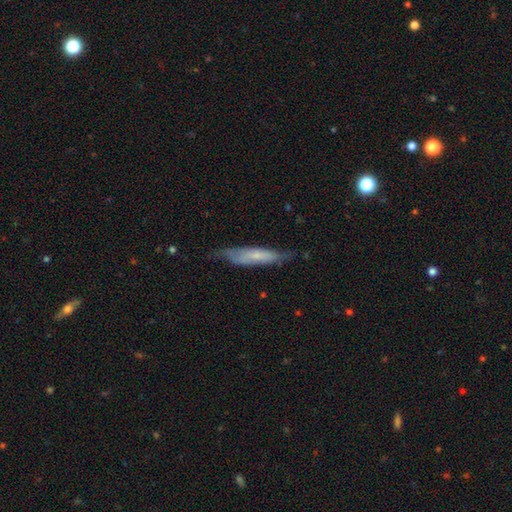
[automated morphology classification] Smooth or featured?
  - smooth: 49% *
  - featured or disk: 44%
  - star or artifact: 7%
Merging?
  - none: 62% *
  - minor disturbance: 28%
  - major disturbance: 9%
  - merger: 2%